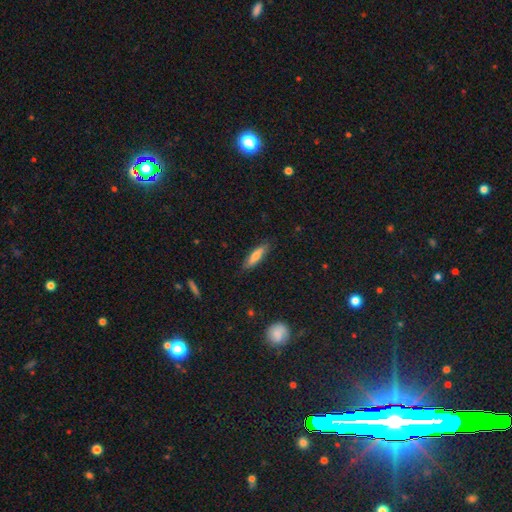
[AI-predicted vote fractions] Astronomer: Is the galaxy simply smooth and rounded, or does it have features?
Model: smooth — 71%.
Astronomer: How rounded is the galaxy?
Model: cigar-shaped — 68%.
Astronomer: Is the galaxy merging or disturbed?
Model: none — 82%.